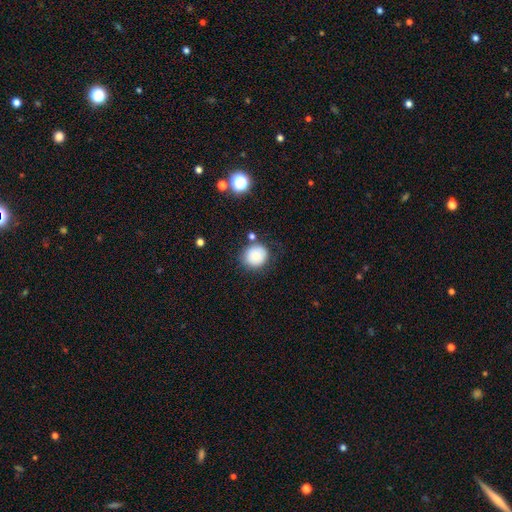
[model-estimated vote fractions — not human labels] This appears to be a smooth galaxy with no disk features (84%) that is round (86%). Merging: none (77%).